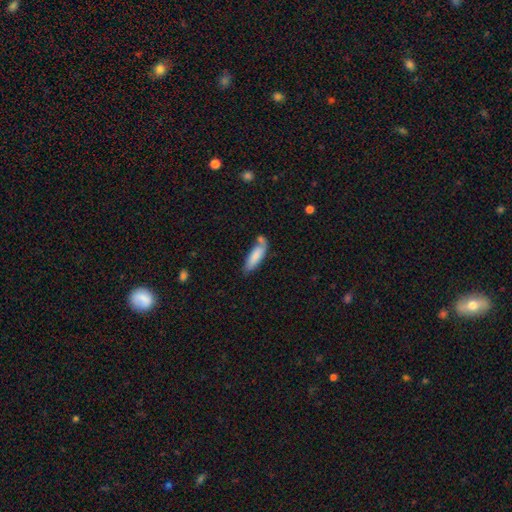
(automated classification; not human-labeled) Overall: smooth (79%). How rounded: cigar-shaped (52%; in between 46%). Merging: none (54%; minor disturbance 22%).